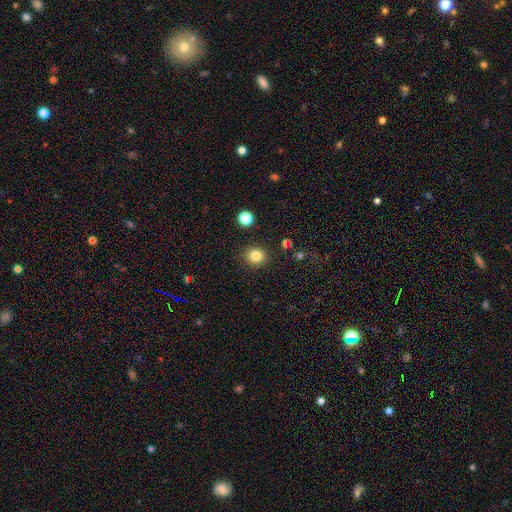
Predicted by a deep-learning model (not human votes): Smooth or featured? smooth (83%)
How rounded? round (84%)
Merging? none (89%)